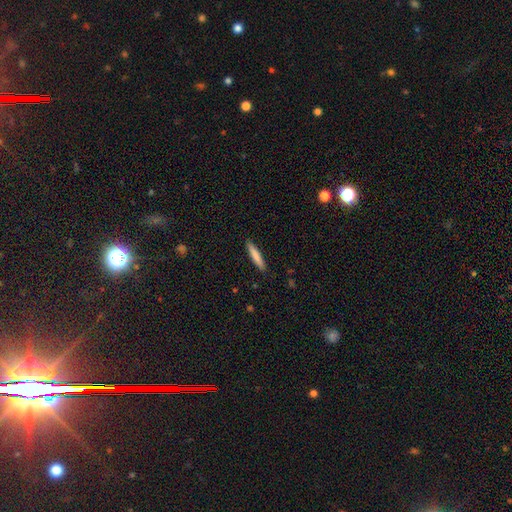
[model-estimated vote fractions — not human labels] Overall: smooth (80%). How rounded: cigar-shaped (91%). Merging: none (90%).